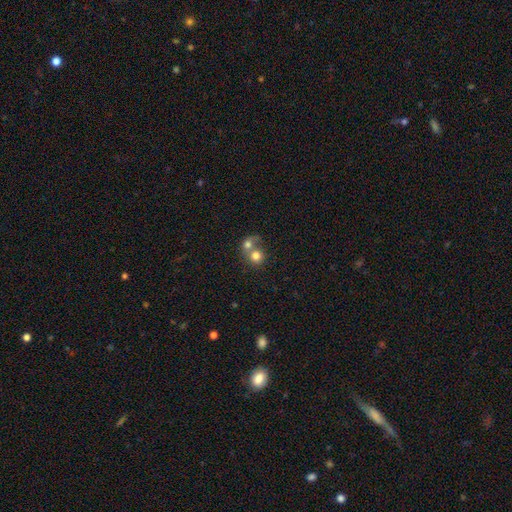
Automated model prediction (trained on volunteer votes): This appears to be a smooth galaxy with no disk features (74%) that is round (80%). Merging: merger (66%).